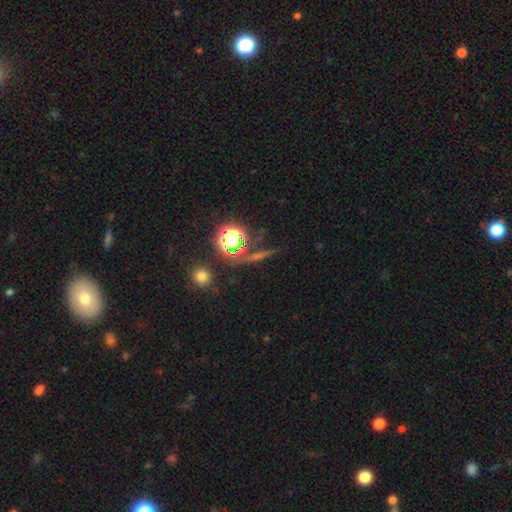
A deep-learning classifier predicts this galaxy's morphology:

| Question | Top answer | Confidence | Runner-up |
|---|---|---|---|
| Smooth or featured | star or artifact | 49% | smooth (27%) |